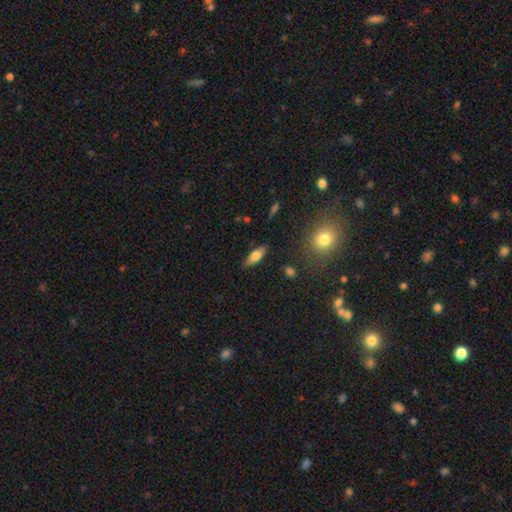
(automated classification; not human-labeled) Smooth or featured?
  - smooth: 73% *
  - featured or disk: 20%
  - star or artifact: 7%
How rounded?
  - in between: 69% *
  - cigar-shaped: 29%
  - round: 3%
Merging?
  - none: 85% *
  - minor disturbance: 11%
  - major disturbance: 3%
  - merger: 2%